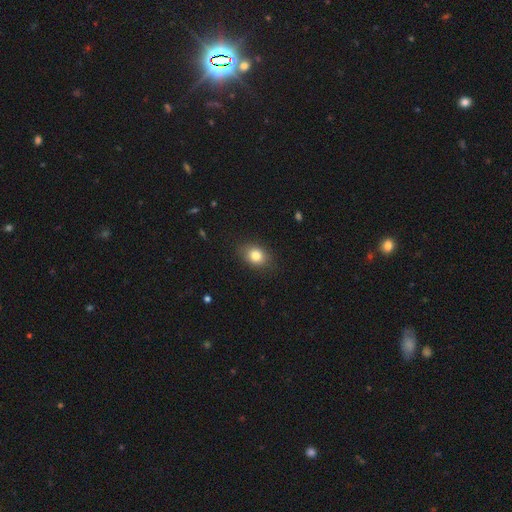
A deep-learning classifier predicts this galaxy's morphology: type=smooth (80%); roundness=in between (64%); merging=none (84%).